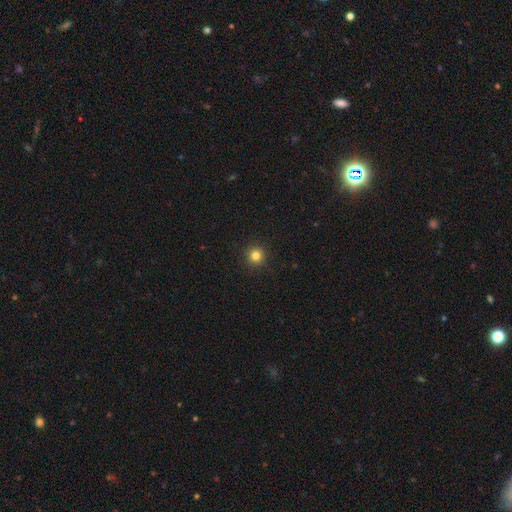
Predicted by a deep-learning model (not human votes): The model was most divided on "smooth or featured": smooth: 81%, star or artifact: 14%, featured or disk: 5%. More confident: how rounded — round (96%); merging — none (93%).